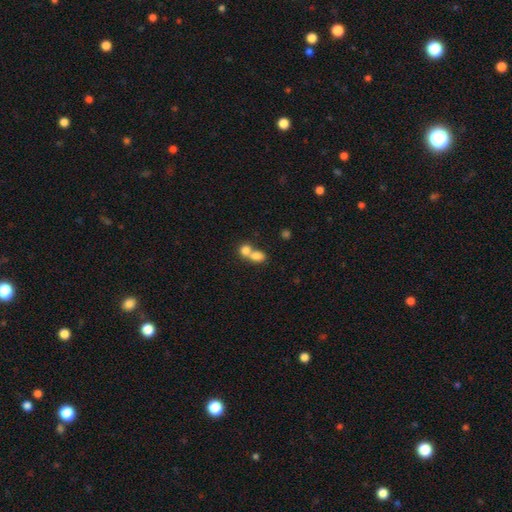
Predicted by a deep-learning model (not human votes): A smooth galaxy with no disk features (78%) that is in between round and cigar-shaped (59%). Merging: merger (71%).